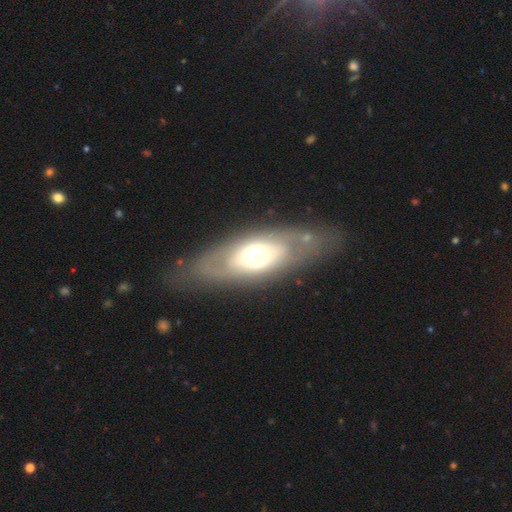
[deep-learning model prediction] Smooth or featured: featured or disk — 55% (smooth — 38%)
Edge-on disk: no — 76% (yes — 24%)
Merging: none — 73% (minor disturbance — 15%)